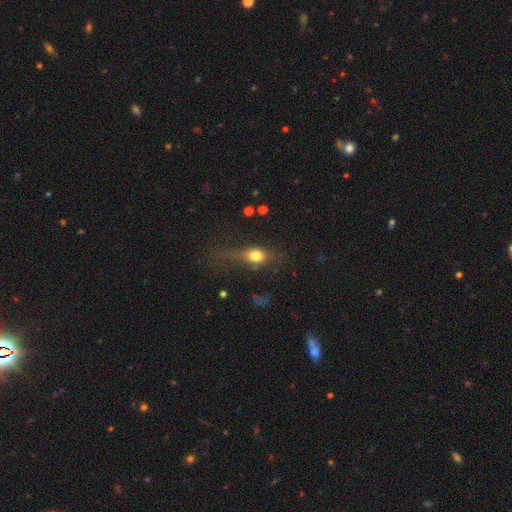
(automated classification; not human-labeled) smooth_or_featured: smooth (p=0.67) [alt: featured or disk p=0.20]
how_rounded: in between (p=0.54) [alt: round p=0.33]
merging: none (p=0.45) [alt: major disturbance p=0.28]